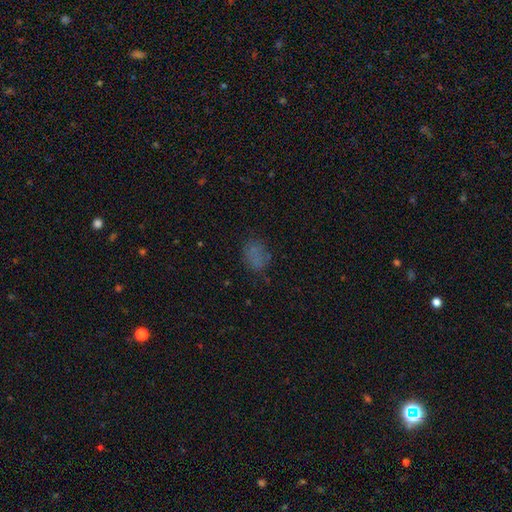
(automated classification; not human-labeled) This appears to be a smooth galaxy with no disk features (67%) that is in between round and cigar-shaped (69%). Merging: none (70%).